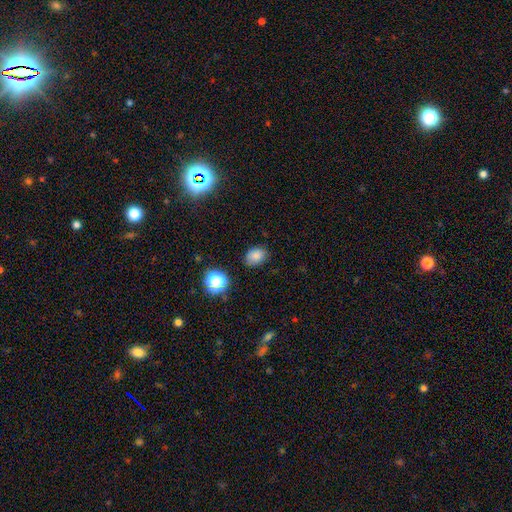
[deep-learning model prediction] Smooth or featured: smooth — 80% (star or artifact — 14%)
How rounded: in between — 65% (round — 34%)
Merging: none — 80% (minor disturbance — 15%)